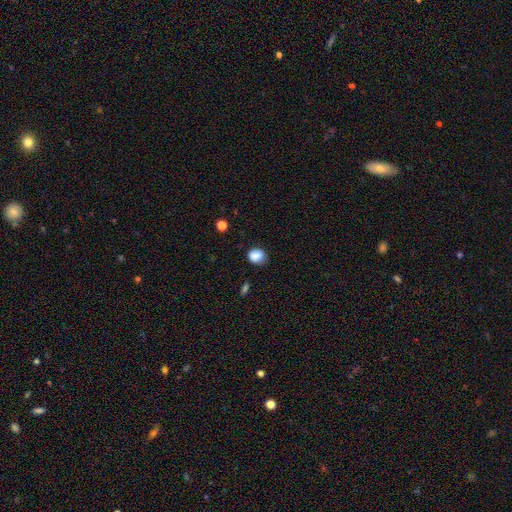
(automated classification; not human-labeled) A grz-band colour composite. It shows a smooth galaxy with no disk features (85%) that is round (62%). Merging: none (76%).